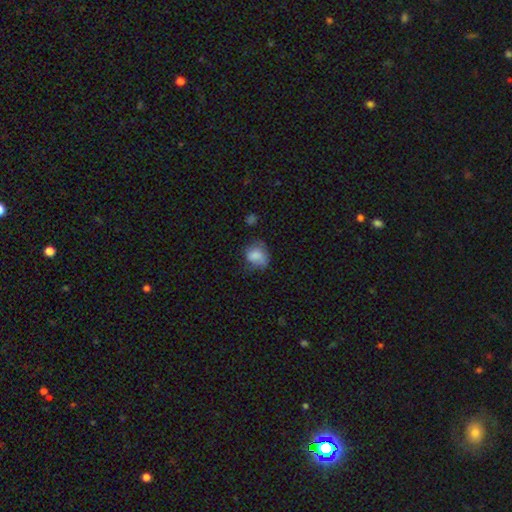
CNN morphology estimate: type=smooth (77%); roundness=round (51%); merging=none (44%).